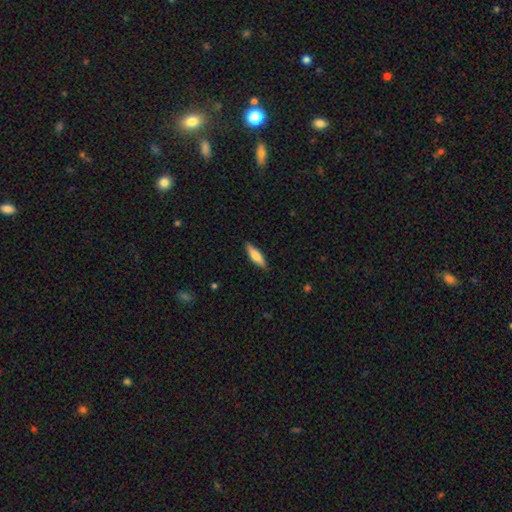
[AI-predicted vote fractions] This appears to be a smooth galaxy with no disk features (70%) that is cigar-shaped (63%). Merging: none (89%).